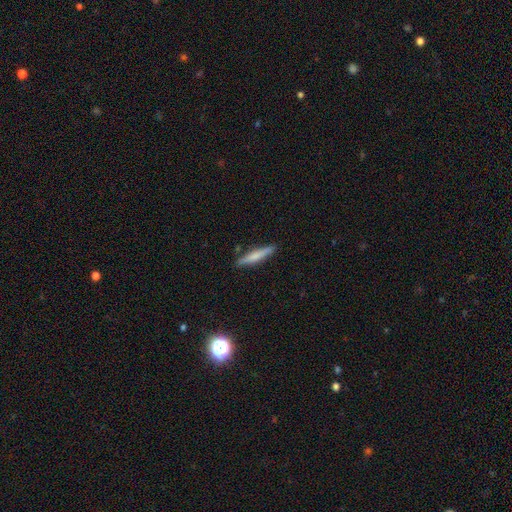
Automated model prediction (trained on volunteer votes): Overall: smooth (61%; featured or disk 33%). How rounded: cigar-shaped (90%). Merging: none (87%).